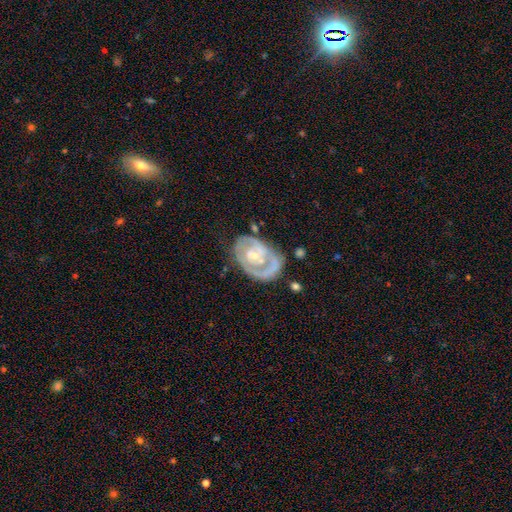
Smooth or featured?
  - featured or disk: 89% *
  - smooth: 5%
  - star or artifact: 5%
Edge-on disk?
  - no: 97% *
  - yes: 3%
Bar?
  - no: 67% *
  - weak: 21%
  - strong: 12%
Spiral arms?
  - no: 52% *
  - yes: 48%
Bulge size?
  - small: 52% *
  - moderate: 36%
  - large: 12%
  - dominant: 0%
  - none: 0%
Merging?
  - none: 39% *
  - minor disturbance: 22%
  - merger: 22%
  - major disturbance: 17%